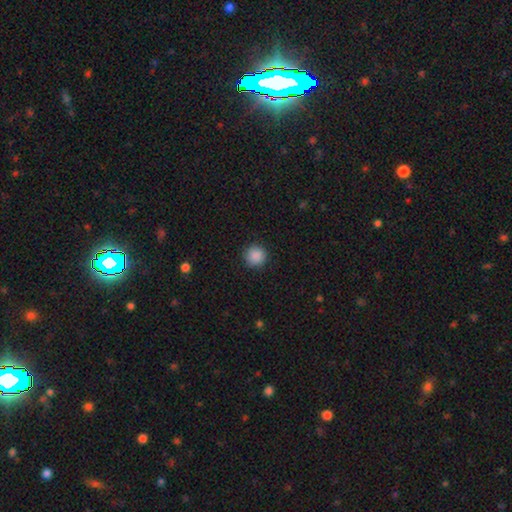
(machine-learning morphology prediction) smooth 88%, star or artifact 9%, featured or disk 2%. Down the decision tree: how rounded — round (95%); merging — none (91%).